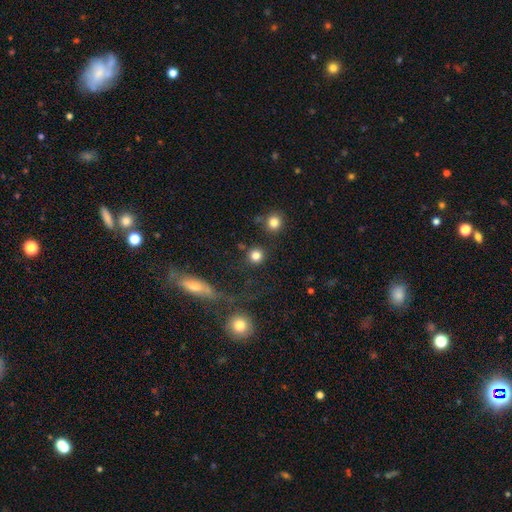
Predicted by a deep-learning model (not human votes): smooth_or_featured: smooth (p=0.83) [alt: star or artifact p=0.11]
how_rounded: round (p=0.93) [alt: in between p=0.06]
merging: none (p=0.83) [alt: minor disturbance p=0.07]